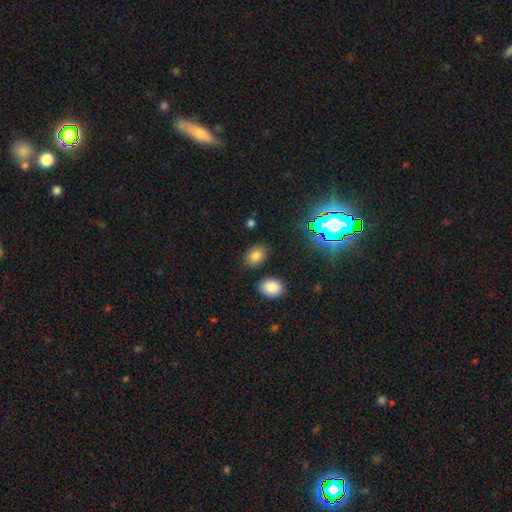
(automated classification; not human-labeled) A smooth galaxy with no disk features (78%) that is in between round and cigar-shaped (77%). Merging: none (83%).